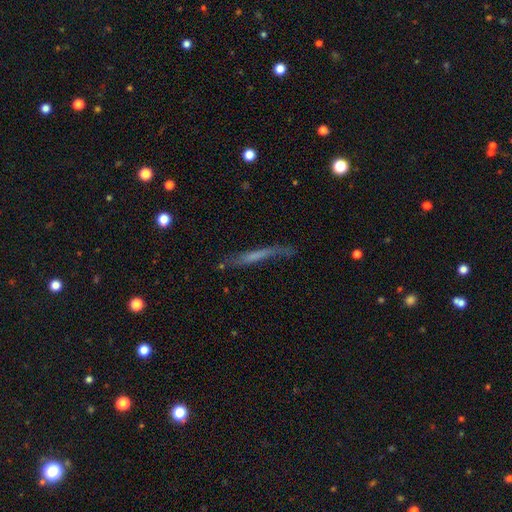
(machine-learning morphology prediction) A featured or disk galaxy (46%).

Vote fractions:
- Smooth or featured? featured or disk: 46% / smooth: 45% / star or artifact: 9%
- Merging? none: 60% / minor disturbance: 24% / major disturbance: 12% / merger: 4%